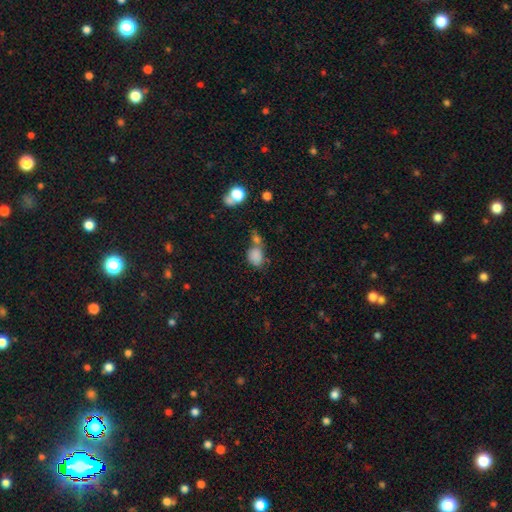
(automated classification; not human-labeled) Smooth or featured: smooth — 80% (star or artifact — 12%)
How rounded: in between — 56% (round — 42%)
Merging: merger — 39% (none — 38%)